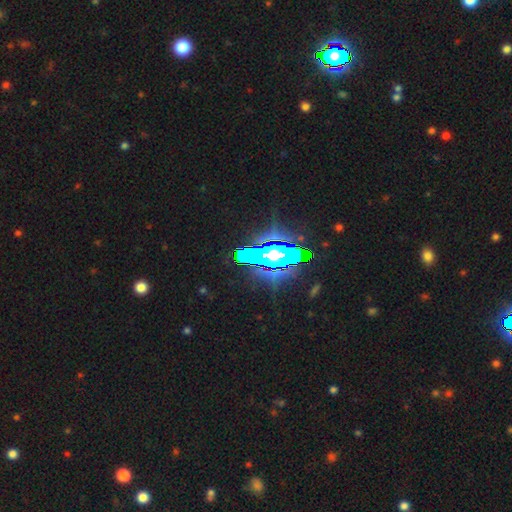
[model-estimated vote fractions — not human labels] A star or artifact, not a galaxy (47%).